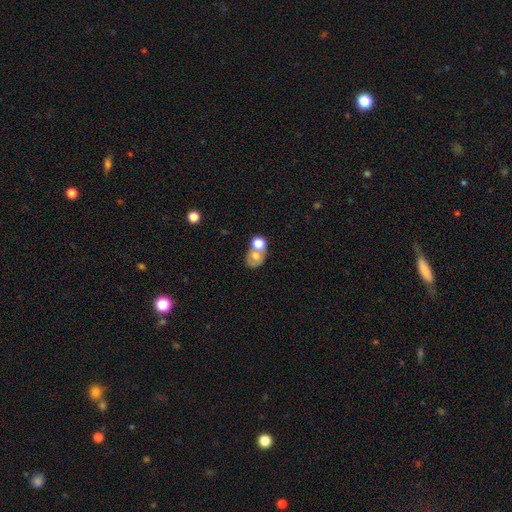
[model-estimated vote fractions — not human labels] Q: Smooth or featured?
A: smooth (60%); runner-up: featured or disk (29%)
Q: How rounded?
A: in between (55%); runner-up: round (44%)
Q: Merging?
A: merger (51%); runner-up: none (31%)